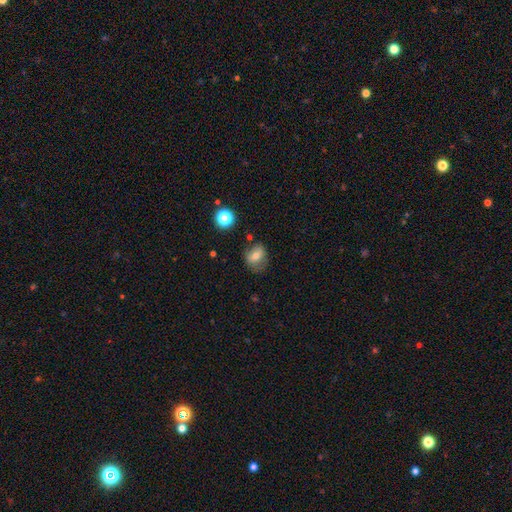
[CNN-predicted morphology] Smooth or featured: smooth — 65% (featured or disk — 23%)
How rounded: in between — 50% (round — 48%)
Merging: none — 65% (minor disturbance — 23%)